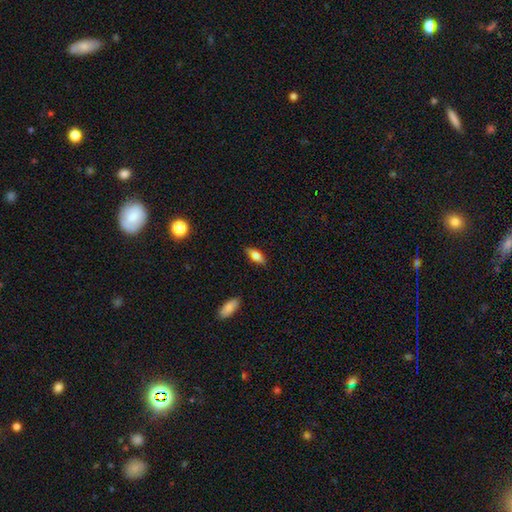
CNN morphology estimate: Smooth or featured? Predicted: smooth (p=0.69). How rounded? Predicted: in between (p=0.72). Merging? Predicted: none (p=0.85).